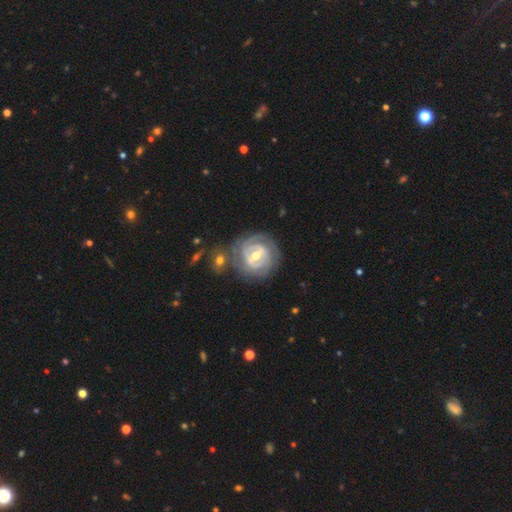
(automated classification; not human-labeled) Smooth or featured?
  - featured or disk: 86% *
  - smooth: 10%
  - star or artifact: 4%
Edge-on disk?
  - no: 97% *
  - yes: 3%
Bar?
  - weak: 44% *
  - strong: 39%
  - no: 16%
Spiral arms?
  - yes: 90% *
  - no: 10%
Spiral winding?
  - tight: 77% *
  - medium: 18%
  - loose: 5%
Spiral arm count?
  - 2: 35% *
  - can't tell: 31%
  - 3: 18%
  - 4: 6%
  - 1: 6%
  - more than 4: 4%
Bulge size?
  - moderate: 72% *
  - small: 23%
  - large: 4%
  - none: 1%
  - dominant: 1%
Merging?
  - none: 70% *
  - minor disturbance: 15%
  - merger: 8%
  - major disturbance: 7%